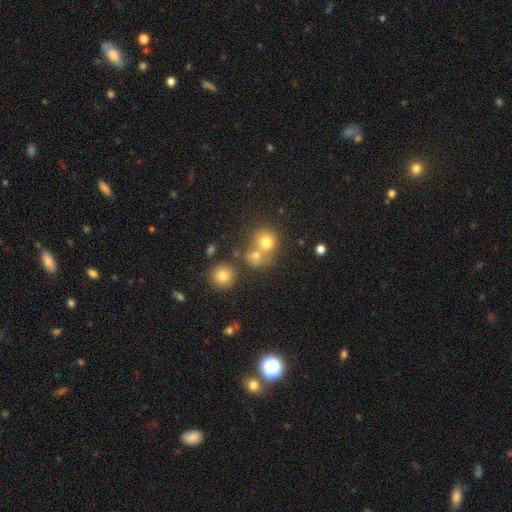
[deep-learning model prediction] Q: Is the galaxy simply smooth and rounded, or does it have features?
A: smooth — 71%.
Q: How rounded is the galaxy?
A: round — 81%.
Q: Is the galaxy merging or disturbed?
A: none — 45%.